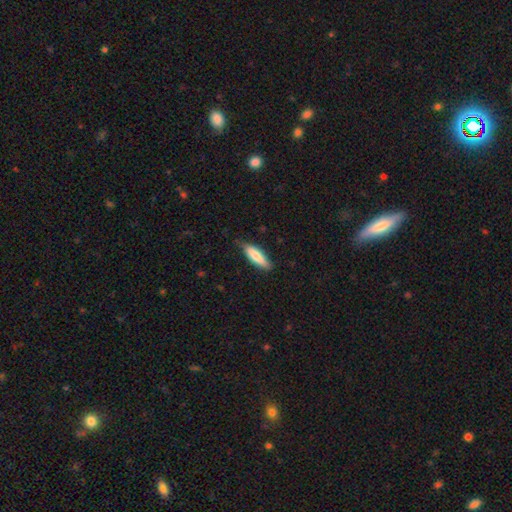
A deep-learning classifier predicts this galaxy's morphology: Smooth or featured? Predicted: smooth (p=0.76). How rounded? Predicted: cigar-shaped (p=0.58). Merging? Predicted: none (p=0.78).